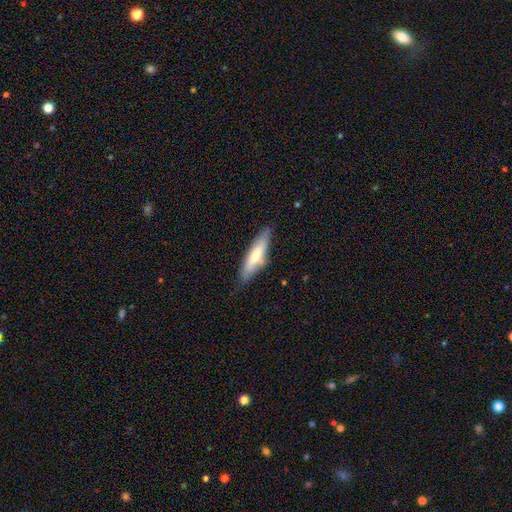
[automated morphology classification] smooth 66%, featured or disk 29%, star or artifact 6%. Down the decision tree: how rounded — cigar-shaped (69%); merging — none (76%).